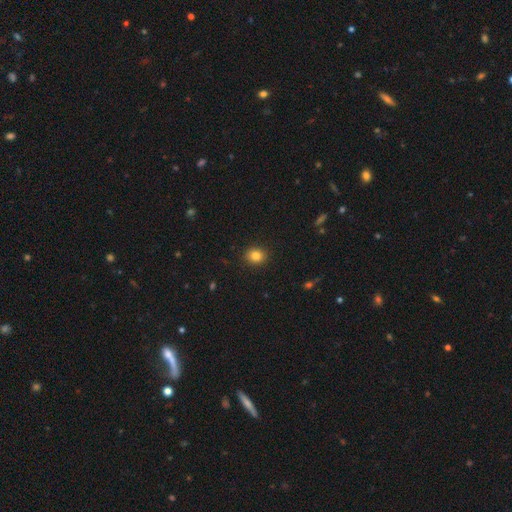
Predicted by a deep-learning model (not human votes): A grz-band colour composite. It shows a smooth galaxy with no disk features (83%) that is round (68%). Merging: none (91%).